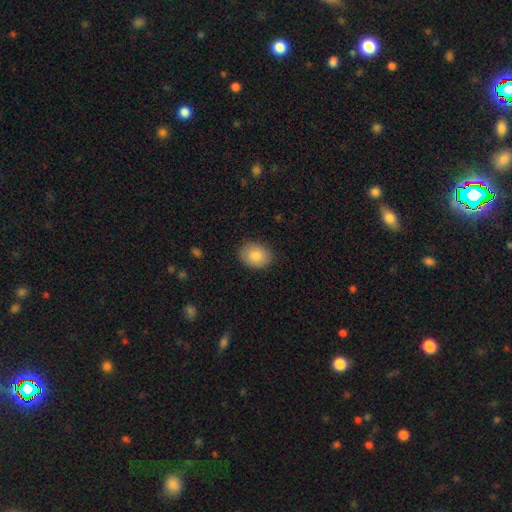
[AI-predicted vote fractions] A smooth galaxy with no disk features (87%) that is in between round and cigar-shaped (58%).

Vote fractions:
- Smooth or featured? smooth: 87% / star or artifact: 7% / featured or disk: 6%
- How rounded? in between: 58% / round: 41% / cigar-shaped: 1%
- Merging? none: 87% / minor disturbance: 10% / major disturbance: 2% / merger: 1%